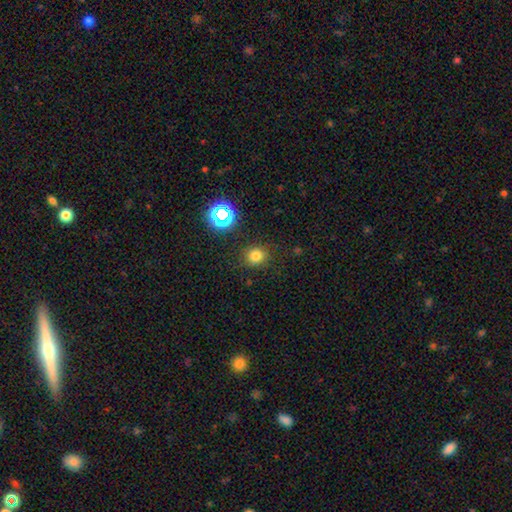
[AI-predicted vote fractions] Smooth or featured: smooth — 76% (star or artifact — 18%)
How rounded: round — 79% (in between — 20%)
Merging: none — 84% (minor disturbance — 11%)